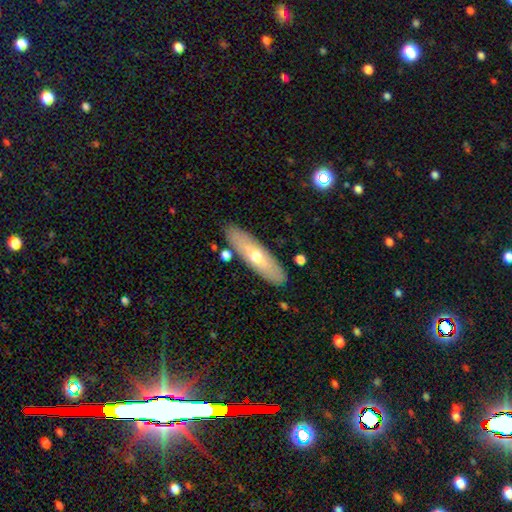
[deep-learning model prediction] Smooth or featured? Predicted: smooth (p=0.53). How rounded? Predicted: cigar-shaped (p=0.57). Merging? Predicted: none (p=0.85).